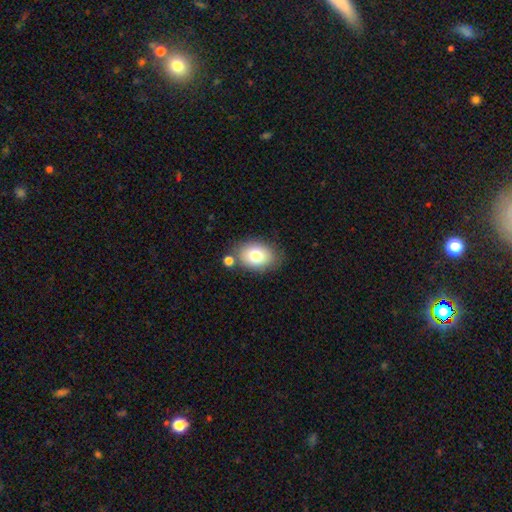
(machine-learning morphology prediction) A smooth galaxy with no disk features (78%) that is in between round and cigar-shaped (75%). Merging: none (72%).